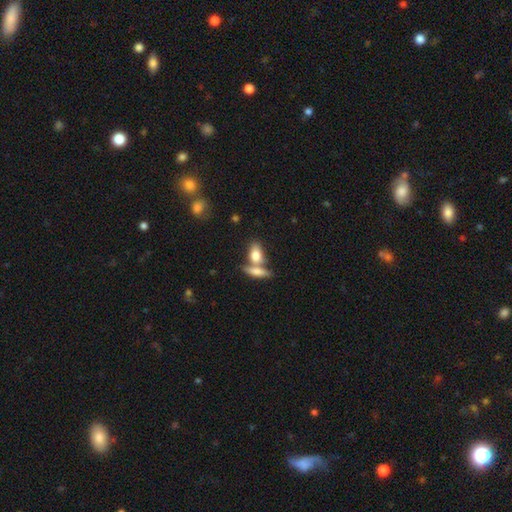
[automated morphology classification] Smooth or featured: smooth — 75% (featured or disk — 18%)
How rounded: in between — 78% (cigar-shaped — 14%)
Merging: merger — 46% (none — 41%)